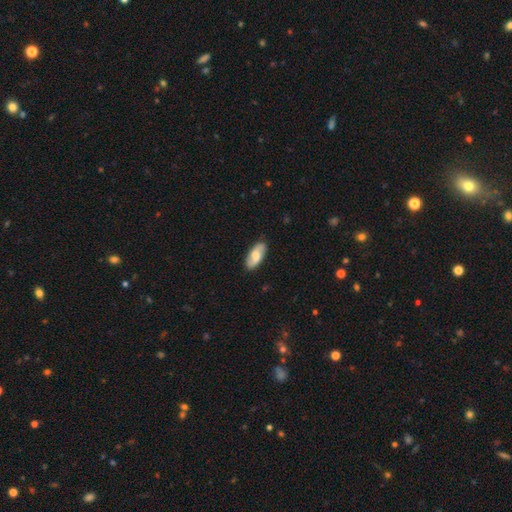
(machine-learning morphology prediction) Smooth or featured: featured or disk — 51% (smooth — 44%)
Edge-on disk: no — 91% (yes — 9%)
Merging: none — 86% (minor disturbance — 10%)